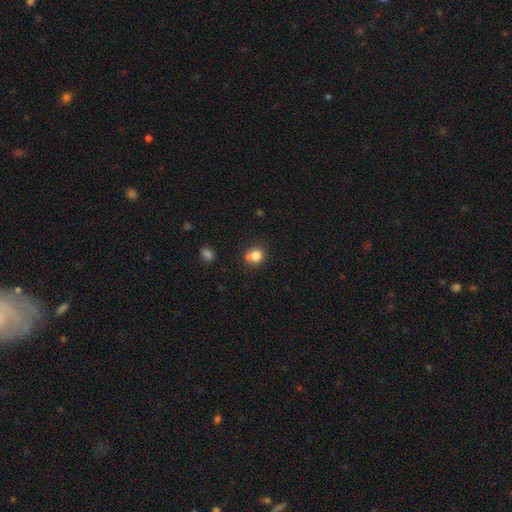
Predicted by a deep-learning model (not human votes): This appears to be a smooth galaxy with no disk features (82%) that is round (82%). Merging: none (66%).